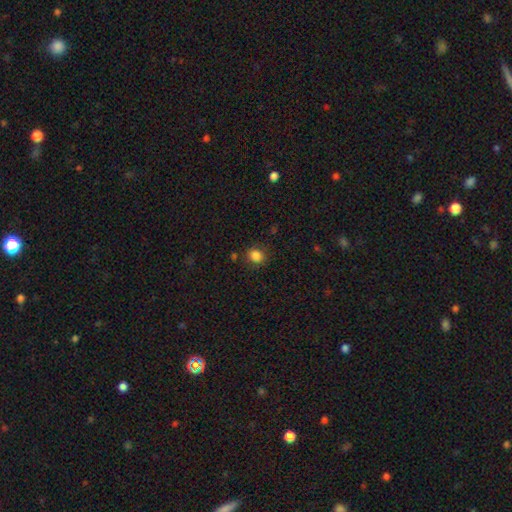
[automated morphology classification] type=smooth (84%); roundness=round (75%); merging=none (83%).